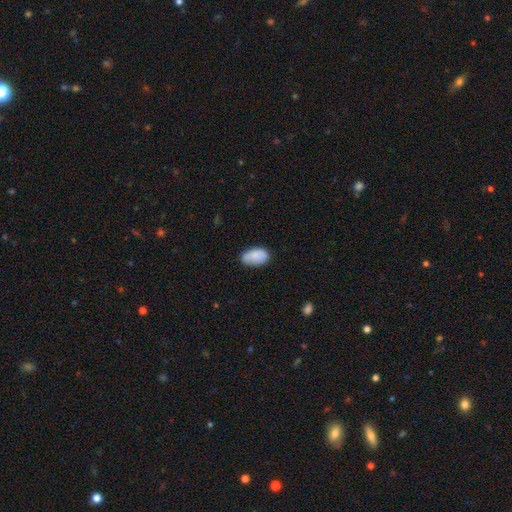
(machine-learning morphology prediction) Smooth or featured?
  - smooth: 84% *
  - featured or disk: 9%
  - star or artifact: 7%
How rounded?
  - in between: 92% *
  - round: 6%
  - cigar-shaped: 1%
Merging?
  - none: 66% *
  - minor disturbance: 26%
  - major disturbance: 5%
  - merger: 3%